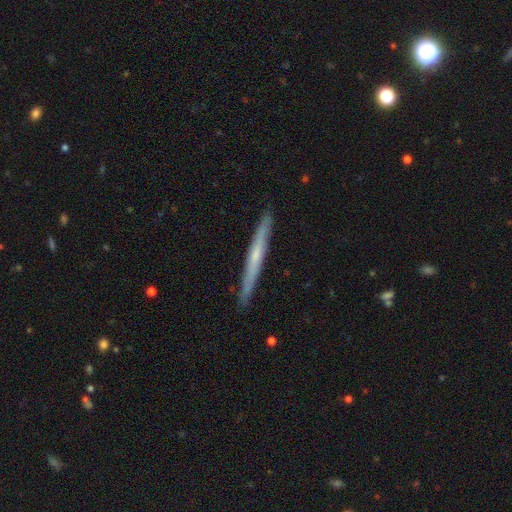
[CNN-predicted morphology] Smooth or featured: featured or disk — 55% (smooth — 39%)
Edge-on disk: yes — 96% (no — 4%)
Edge-on bulge: none — 63% (rounded — 33%)
Merging: none — 91% (minor disturbance — 7%)